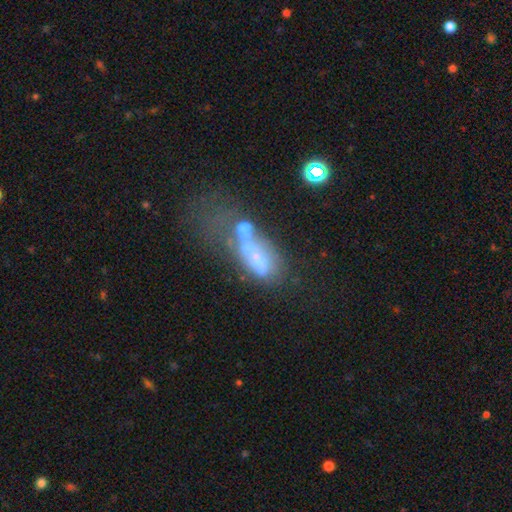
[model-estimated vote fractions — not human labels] This appears to be a featured or disk galaxy (49%). Merging: merger (41%).